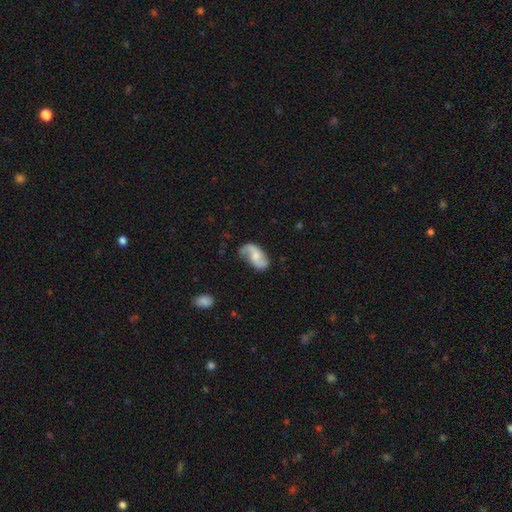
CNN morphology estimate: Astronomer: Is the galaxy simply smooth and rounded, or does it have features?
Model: featured or disk — 69%.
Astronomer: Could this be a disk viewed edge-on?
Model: no — 97%.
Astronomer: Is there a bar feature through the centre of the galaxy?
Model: no — 51% (runner-up: weak, 38%).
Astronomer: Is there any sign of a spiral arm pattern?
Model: yes — 92%.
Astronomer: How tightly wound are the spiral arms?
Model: loose — 66%.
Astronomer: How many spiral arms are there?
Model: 2 — 84%.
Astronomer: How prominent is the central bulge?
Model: moderate — 39% (runner-up: small, 38%).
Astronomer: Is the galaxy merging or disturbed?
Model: none — 56%.